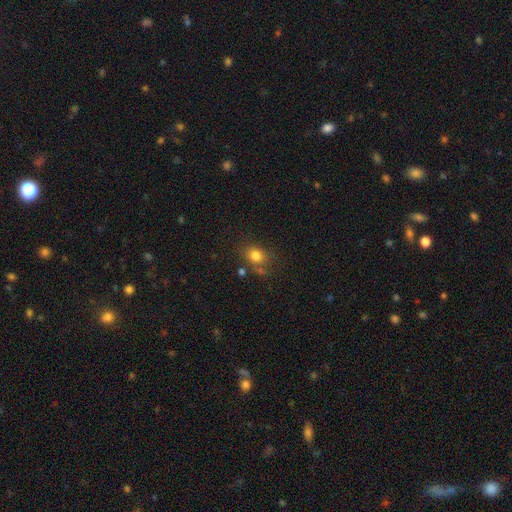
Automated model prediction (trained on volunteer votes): Smooth or featured?
  - smooth: 80% *
  - star or artifact: 12%
  - featured or disk: 8%
How rounded?
  - round: 53% *
  - in between: 46%
  - cigar-shaped: 1%
Merging?
  - none: 66% *
  - minor disturbance: 18%
  - merger: 9%
  - major disturbance: 7%